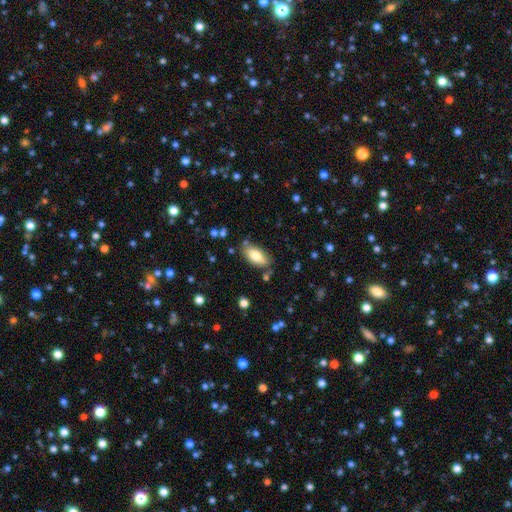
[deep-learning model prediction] smooth 78%, featured or disk 15%, star or artifact 7%. Down the decision tree: how rounded — in between (91%); merging — none (76%).